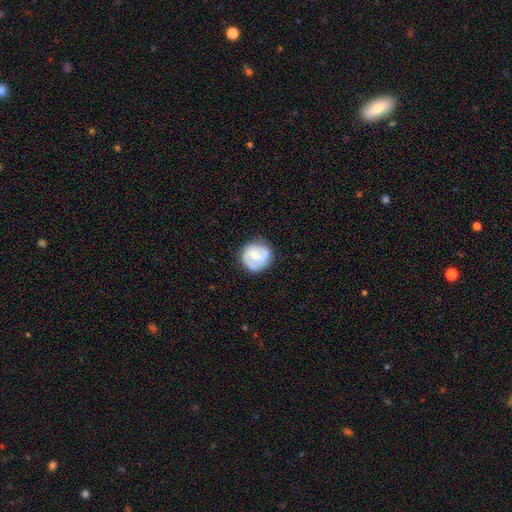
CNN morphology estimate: This appears to be a smooth galaxy with no disk features (48%). Merging: none (74%).